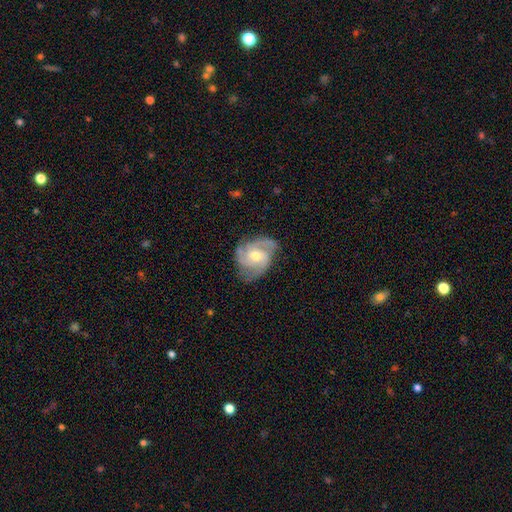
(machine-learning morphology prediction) smooth_or_featured: featured or disk (p=0.86) [alt: smooth p=0.09]
disk_edge_on: no (p=0.98) [alt: yes p=0.02]
bar: no (p=0.66) [alt: weak p=0.28]
has_spiral_arms: yes (p=0.97) [alt: no p=0.03]
spiral_winding: medium (p=0.47) [alt: tight p=0.42]
spiral_arm_count: 3 (p=0.60) [alt: 2 p=0.14]
bulge_size: moderate (p=0.61) [alt: small p=0.35]
merging: none (p=0.72) [alt: minor disturbance p=0.20]